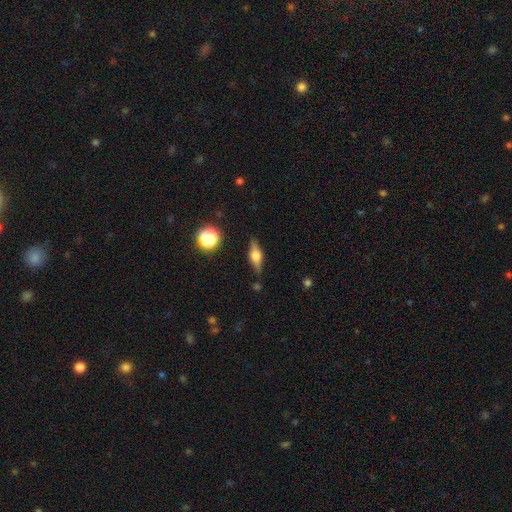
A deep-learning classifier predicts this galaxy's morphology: smooth_or_featured: featured or disk (p=0.63) [alt: smooth p=0.28]
disk_edge_on: yes (p=0.94) [alt: no p=0.06]
edge_on_bulge: rounded (p=0.90) [alt: boxy p=0.08]
merging: none (p=0.84) [alt: minor disturbance p=0.11]